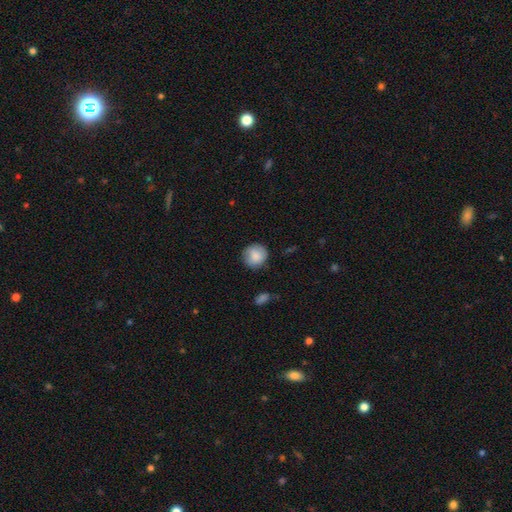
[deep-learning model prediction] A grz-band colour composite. It shows a smooth galaxy with no disk features (83%) that is round (90%). Merging: none (81%).